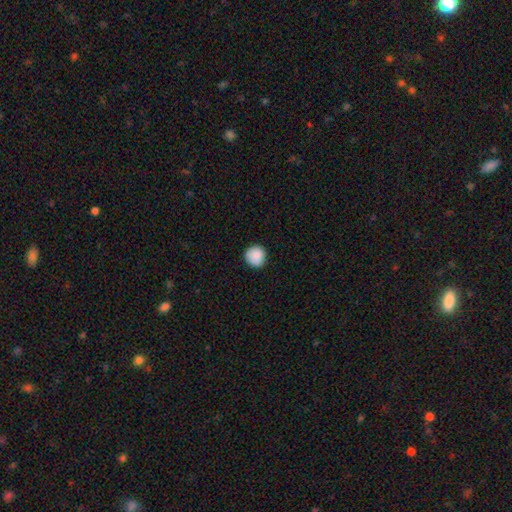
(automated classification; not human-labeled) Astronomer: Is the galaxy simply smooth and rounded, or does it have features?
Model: smooth — 88%.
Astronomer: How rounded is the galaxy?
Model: round — 93%.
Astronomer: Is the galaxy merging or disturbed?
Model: none — 88%.